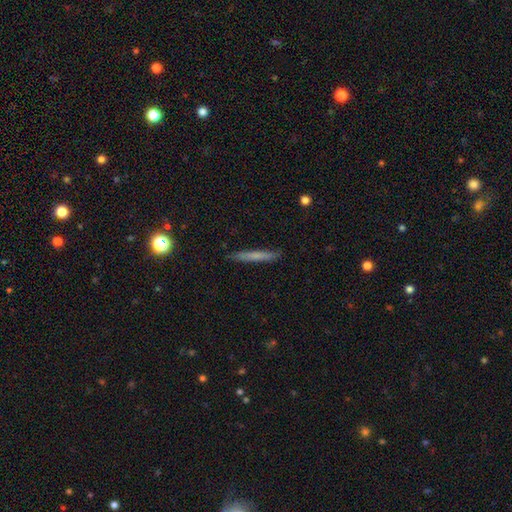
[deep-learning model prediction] Smooth or featured? smooth (63%)
How rounded? cigar-shaped (95%)
Merging? none (88%)